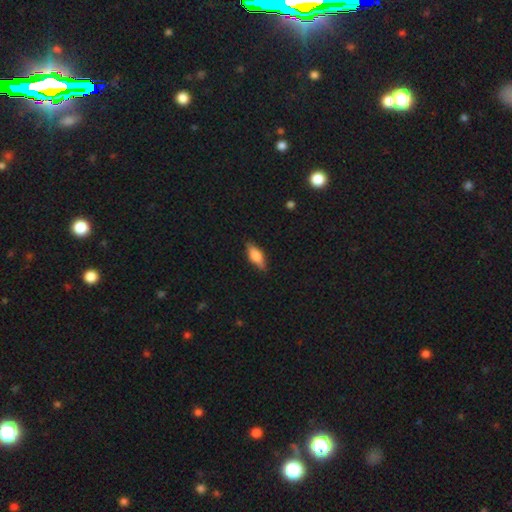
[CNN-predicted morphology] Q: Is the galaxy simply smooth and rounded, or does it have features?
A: smooth — 64%.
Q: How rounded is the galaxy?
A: in between — 64%.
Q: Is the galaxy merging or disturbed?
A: none — 85%.